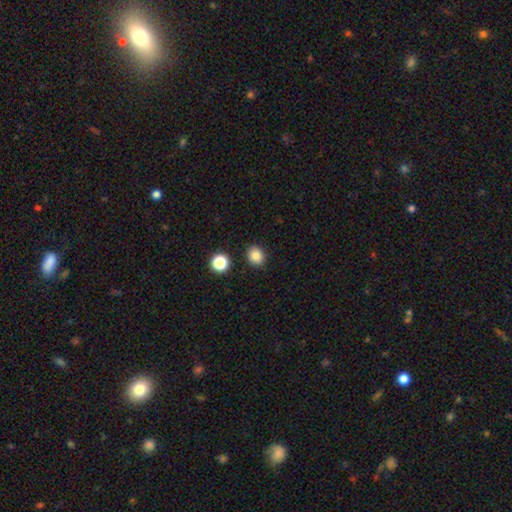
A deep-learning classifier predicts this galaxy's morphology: This is clearly a smooth galaxy (83%). How rounded: likely round (67%). Merging: clearly none (88%).